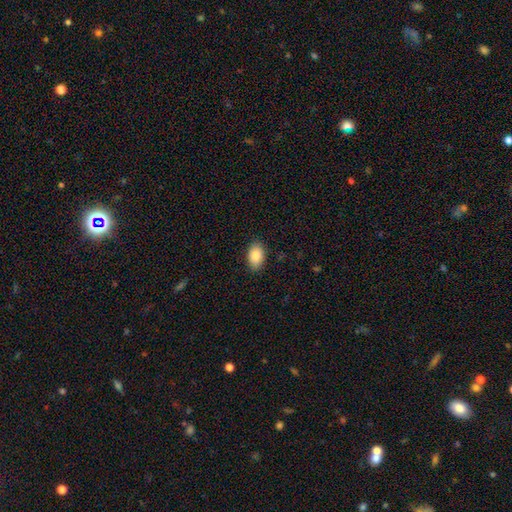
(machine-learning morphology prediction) Overall: smooth (88%). How rounded: in between (90%). Merging: none (88%).